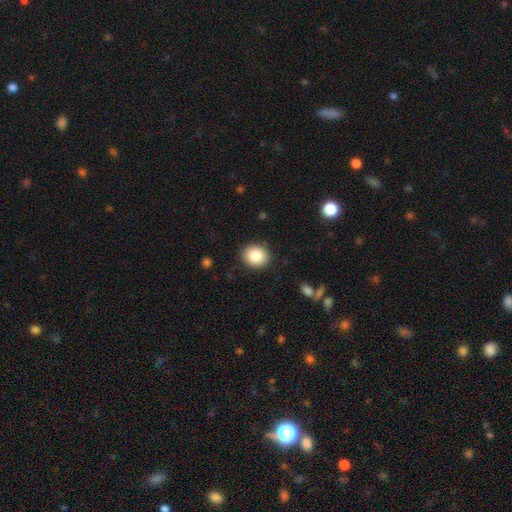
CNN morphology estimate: The model was most divided on "how rounded": round: 76%, in between: 23%, cigar-shaped: 1%. More confident: merging — none (89%); smooth or featured — smooth (84%).